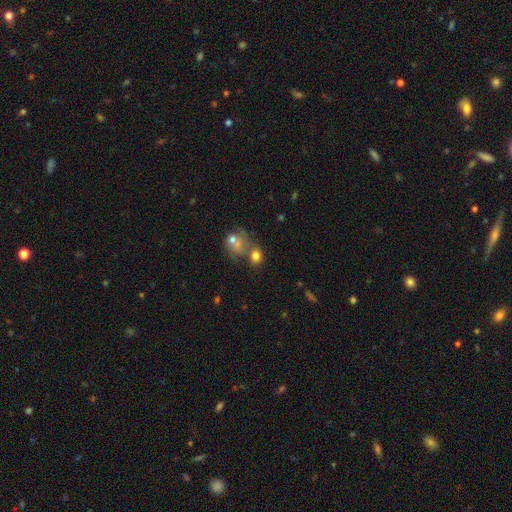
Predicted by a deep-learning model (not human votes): Overall: smooth (75%). How rounded: round (60%; in between 38%). Merging: none (45%; merger 37%).